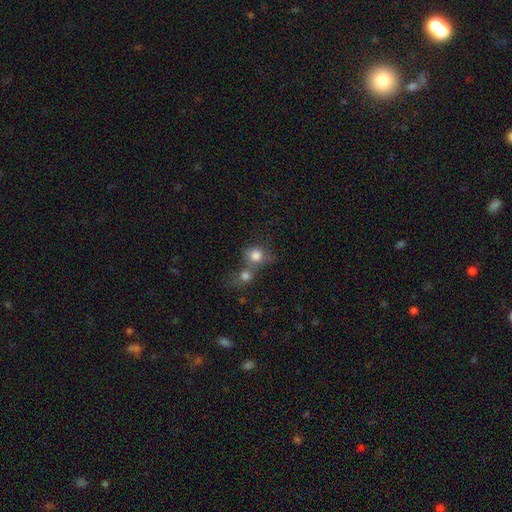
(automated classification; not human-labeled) Smooth or featured: smooth — 80% (star or artifact — 11%)
How rounded: round — 83% (in between — 16%)
Merging: merger — 53% (none — 33%)